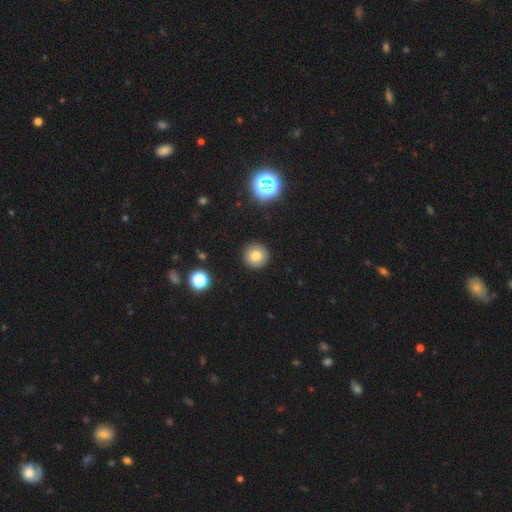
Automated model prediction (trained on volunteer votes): A smooth galaxy with no disk features (79%) that is round (94%).

Vote fractions:
- Smooth or featured? smooth: 79% / star or artifact: 13% / featured or disk: 8%
- How rounded? round: 94% / in between: 5% / cigar-shaped: 1%
- Merging? none: 91% / minor disturbance: 6% / major disturbance: 2% / merger: 1%